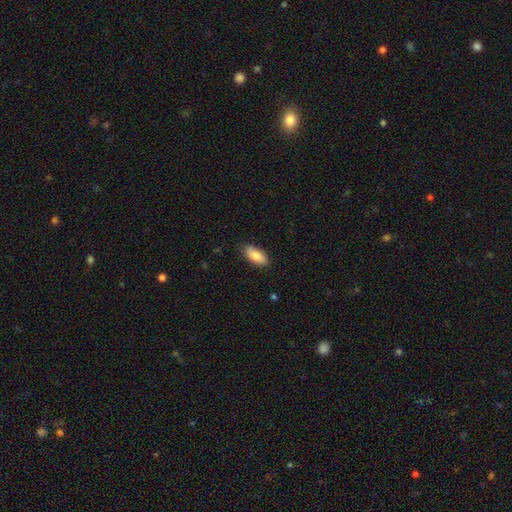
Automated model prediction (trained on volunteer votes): smooth-or-featured: smooth: 83% | featured or disk: 11% | star or artifact: 6%
  how-rounded: in between: 90% | cigar-shaped: 7% | round: 2%
  merging: none: 81% | minor disturbance: 15% | major disturbance: 2% | merger: 1%